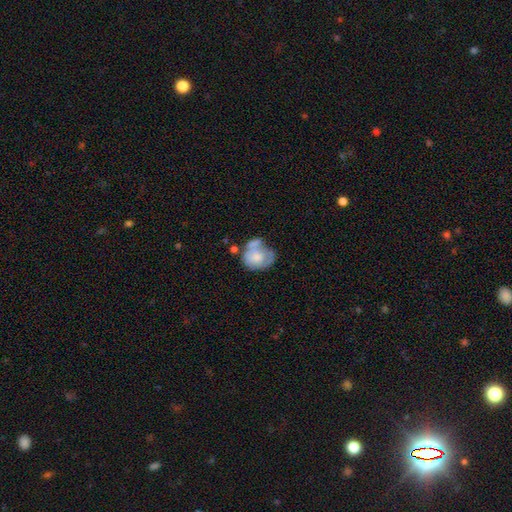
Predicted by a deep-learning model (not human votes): Q: Smooth or featured?
A: smooth (52%); runner-up: featured or disk (40%)
Q: How rounded?
A: round (57%); runner-up: in between (42%)
Q: Merging?
A: none (31%); runner-up: minor disturbance (26%)